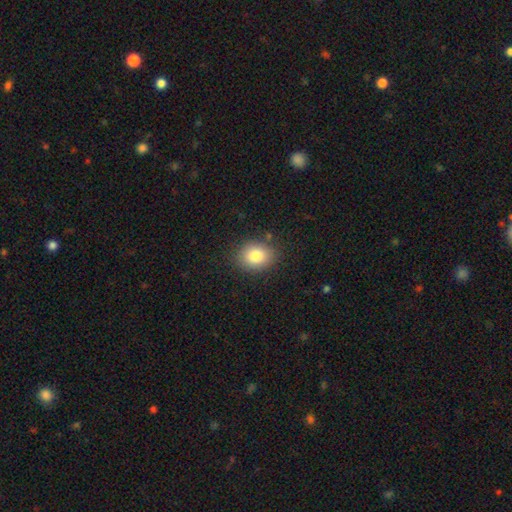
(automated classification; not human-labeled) Smooth or featured: smooth — 82% (star or artifact — 10%)
How rounded: round — 51% (in between — 48%)
Merging: none — 85% (minor disturbance — 11%)